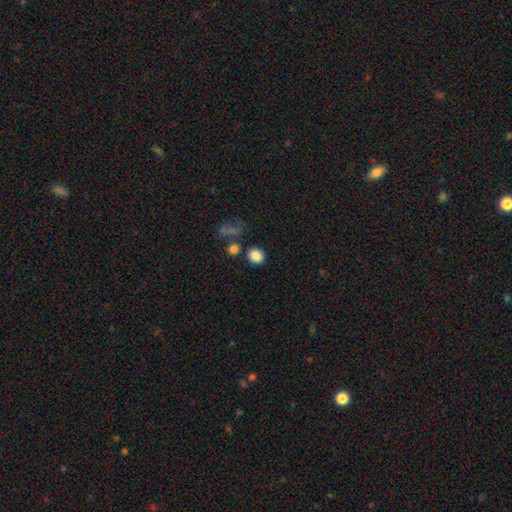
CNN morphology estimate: Smooth or featured? smooth (85%)
How rounded? round (77%)
Merging? none (77%)